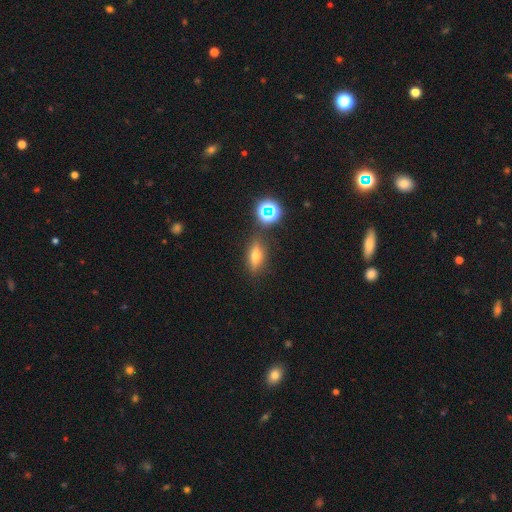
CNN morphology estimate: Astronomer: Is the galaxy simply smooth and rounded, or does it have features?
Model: smooth — 45% (runner-up: featured or disk, 38%).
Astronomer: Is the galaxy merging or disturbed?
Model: none — 82%.